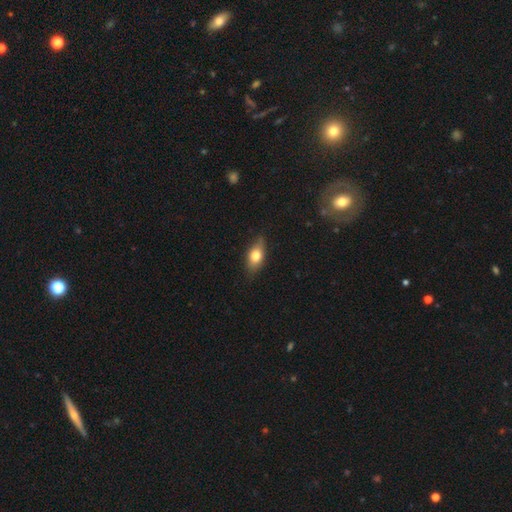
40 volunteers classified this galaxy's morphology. Q: Smooth or featured?
A: smooth (68%); runner-up: featured or disk (22%)
Q: How rounded?
A: in between (70%); runner-up: cigar-shaped (22%)
Q: Merging?
A: none (83%); runner-up: minor disturbance (17%)